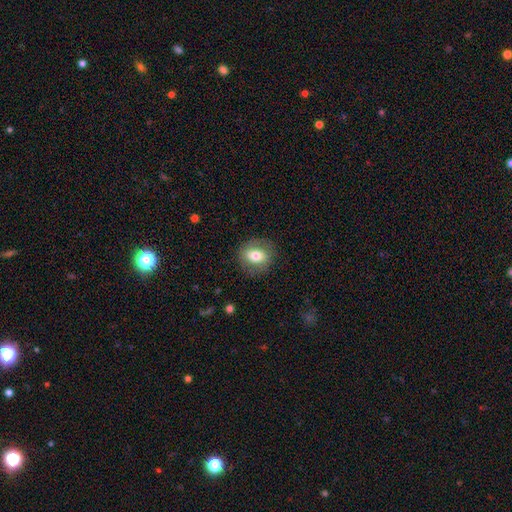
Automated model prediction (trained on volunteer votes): The model was most divided on "how rounded": round: 55%, in between: 44%, cigar-shaped: 1%. More confident: merging — none (81%); smooth or featured — smooth (66%).